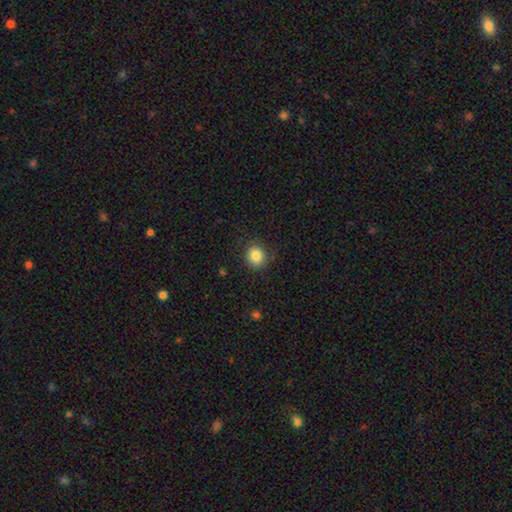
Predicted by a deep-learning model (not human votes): This appears to be a smooth galaxy with no disk features (85%) that is round (86%). Merging: none (87%).